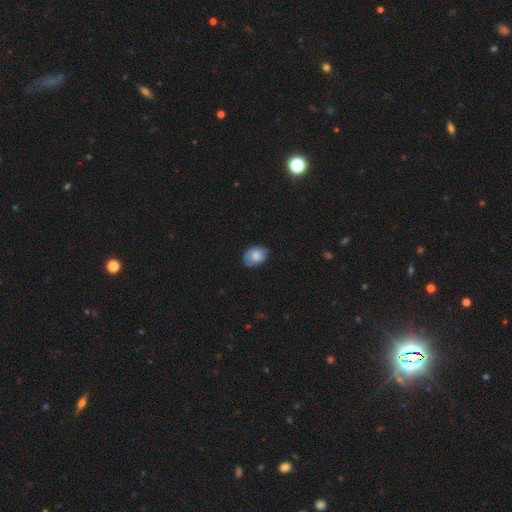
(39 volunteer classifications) Smooth or featured: smooth — 82% (featured or disk — 13%)
How rounded: in between — 81% (round — 16%)
Merging: none — 89% (minor disturbance — 11%)